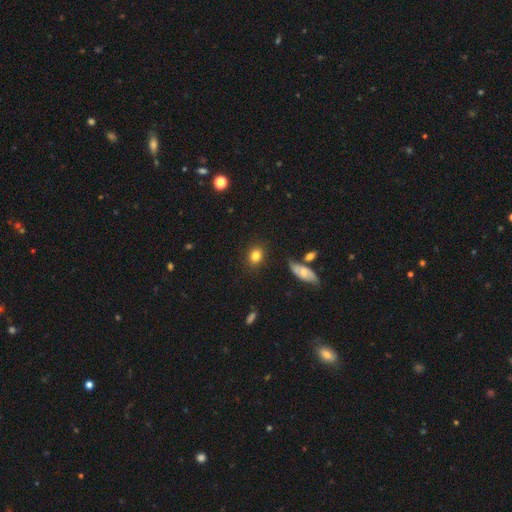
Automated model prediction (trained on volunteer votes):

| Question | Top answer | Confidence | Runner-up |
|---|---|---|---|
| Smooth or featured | smooth | 82% | star or artifact (10%) |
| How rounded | in between | 51% | round (47%) |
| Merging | none | 84% | minor disturbance (11%) |